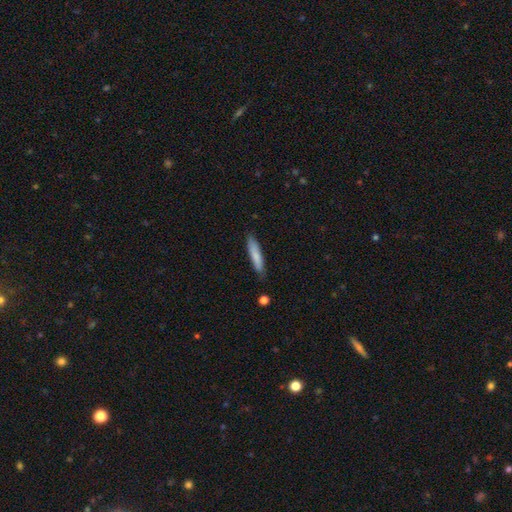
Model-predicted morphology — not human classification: Smooth or featured?
  - smooth: 80% *
  - featured or disk: 14%
  - star or artifact: 6%
How rounded?
  - cigar-shaped: 84% *
  - in between: 14%
  - round: 1%
Merging?
  - none: 82% *
  - minor disturbance: 14%
  - major disturbance: 2%
  - merger: 2%